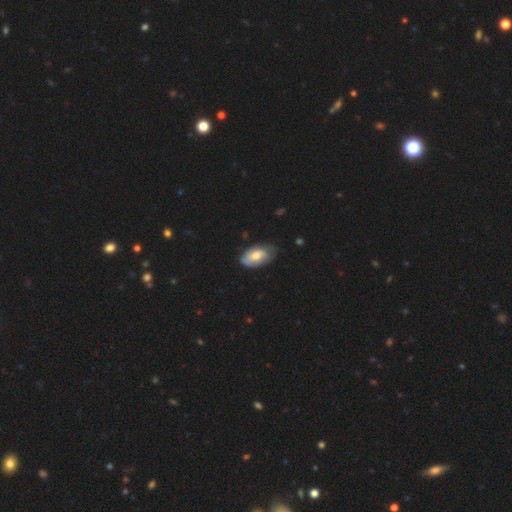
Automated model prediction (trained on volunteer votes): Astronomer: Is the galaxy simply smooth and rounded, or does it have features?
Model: smooth — 59% (runner-up: featured or disk, 36%).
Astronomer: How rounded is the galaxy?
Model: in between — 93%.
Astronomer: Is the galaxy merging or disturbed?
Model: none — 63%.